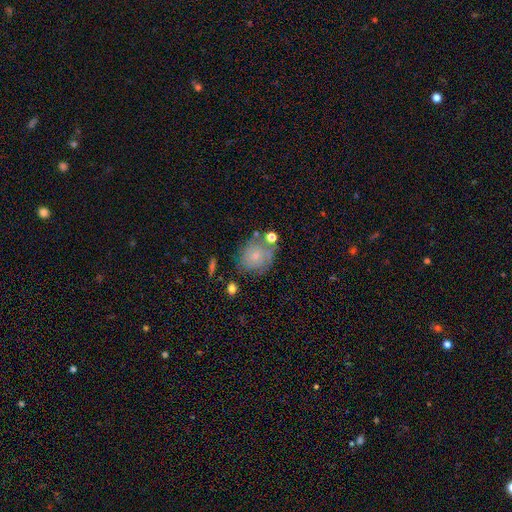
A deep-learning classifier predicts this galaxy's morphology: Q: Smooth or featured?
A: smooth (62%); runner-up: featured or disk (28%)
Q: How rounded?
A: round (71%); runner-up: in between (28%)
Q: Merging?
A: none (59%); runner-up: minor disturbance (22%)